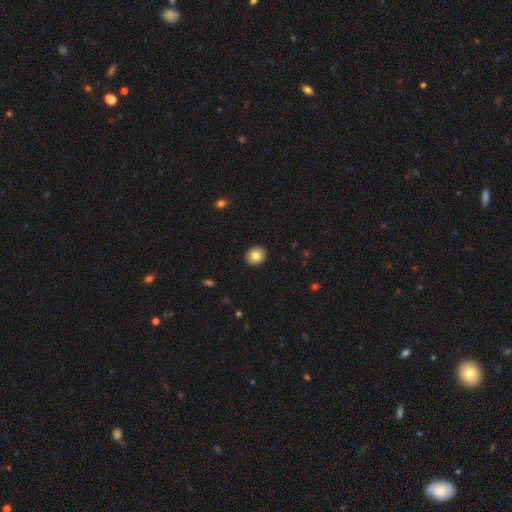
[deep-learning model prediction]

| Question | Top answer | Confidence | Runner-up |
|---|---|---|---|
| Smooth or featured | smooth | 80% | featured or disk (11%) |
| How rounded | round | 75% | in between (24%) |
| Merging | none | 92% | minor disturbance (5%) |